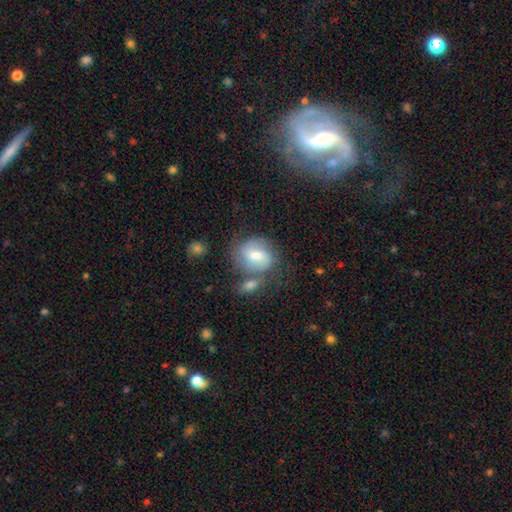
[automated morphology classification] This appears to be a smooth galaxy with no disk features (53%) that is round (58%). Merging: none (52%).